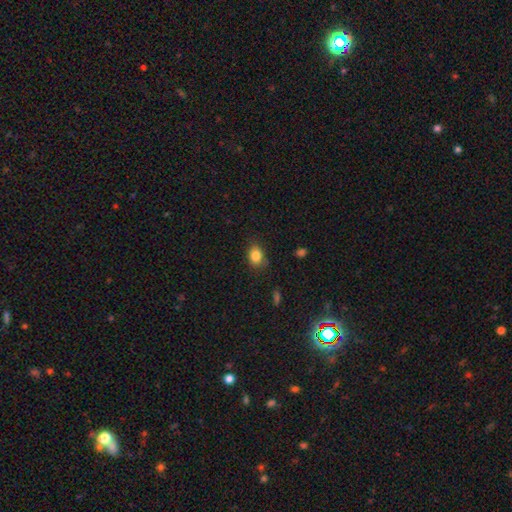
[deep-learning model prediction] A smooth galaxy with no disk features (84%) that is in between round and cigar-shaped (64%). Merging: none (78%).